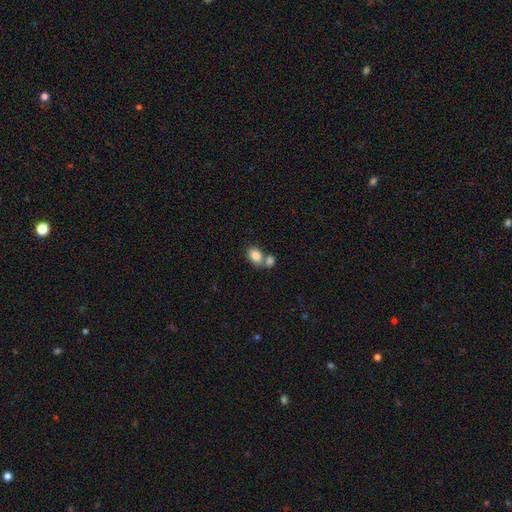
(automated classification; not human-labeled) Smooth or featured? Predicted: smooth (p=0.84). How rounded? Predicted: in between (p=0.67). Merging? Predicted: merger (p=0.45).